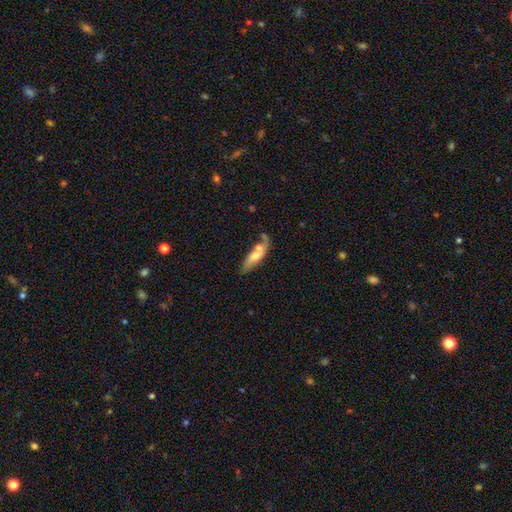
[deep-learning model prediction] smooth_or_featured: smooth (p=0.49) [alt: featured or disk p=0.45]
merging: none (p=0.42) [alt: merger p=0.29]